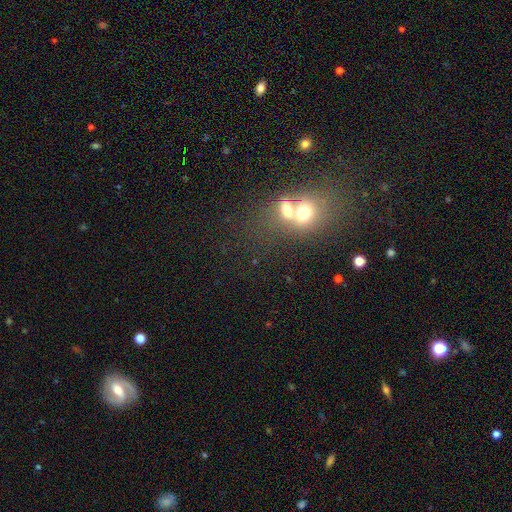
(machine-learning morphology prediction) Smooth or featured? smooth (47%)
Merging? merger (49%)